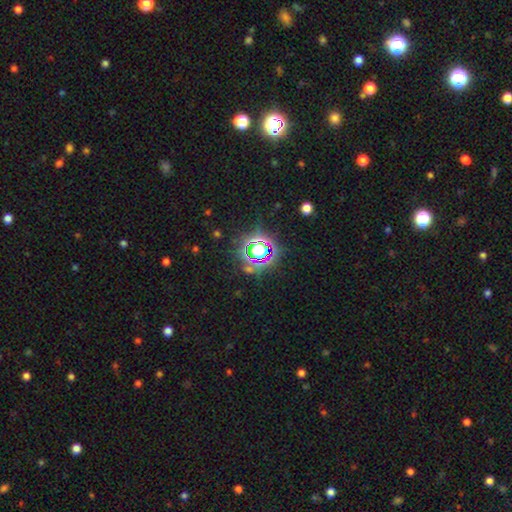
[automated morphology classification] This is likely a star or artifact rather than a galaxy (76%).